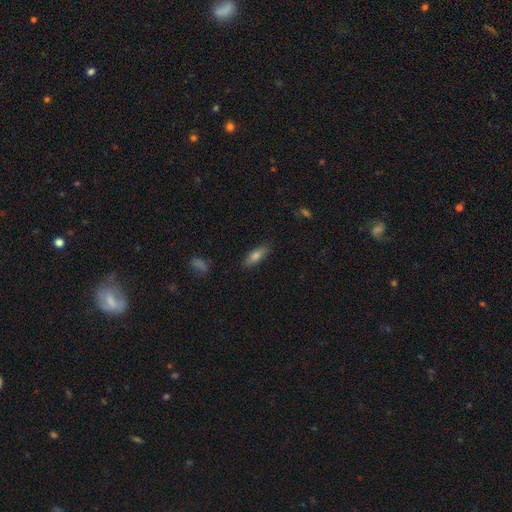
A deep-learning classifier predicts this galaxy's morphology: smooth_or_featured: smooth (p=0.75) [alt: featured or disk p=0.18]
how_rounded: in between (p=0.55) [alt: cigar-shaped p=0.43]
merging: none (p=0.85) [alt: minor disturbance p=0.11]